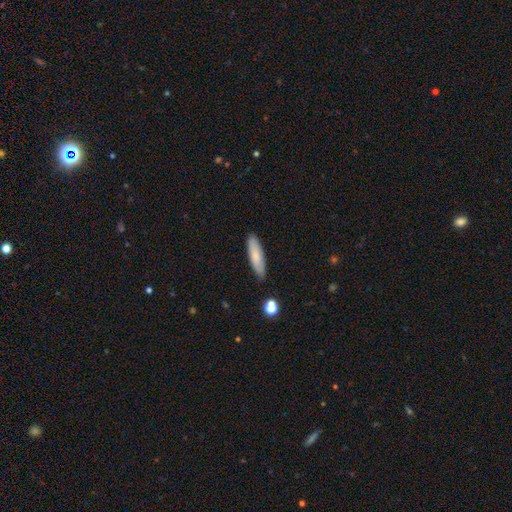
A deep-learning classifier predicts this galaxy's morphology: Overall: smooth (77%). How rounded: cigar-shaped (65%; in between 33%). Merging: none (84%).